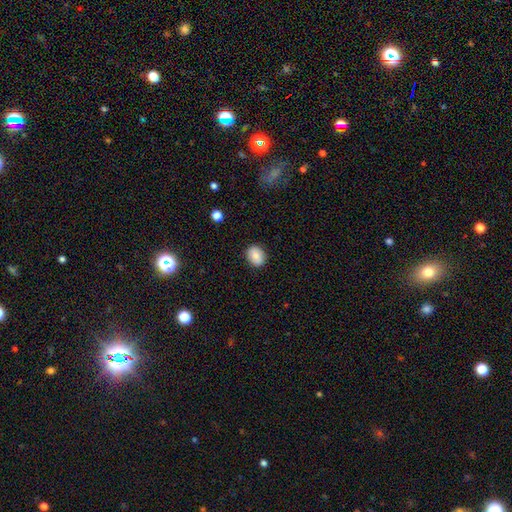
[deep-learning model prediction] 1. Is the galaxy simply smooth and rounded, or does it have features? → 83% smooth, 9% featured or disk, 9% star or artifact.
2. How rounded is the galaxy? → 51% round, 48% in between, 1% cigar-shaped.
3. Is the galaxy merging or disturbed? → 87% none, 9% minor disturbance, 2% major disturbance, 1% merger.